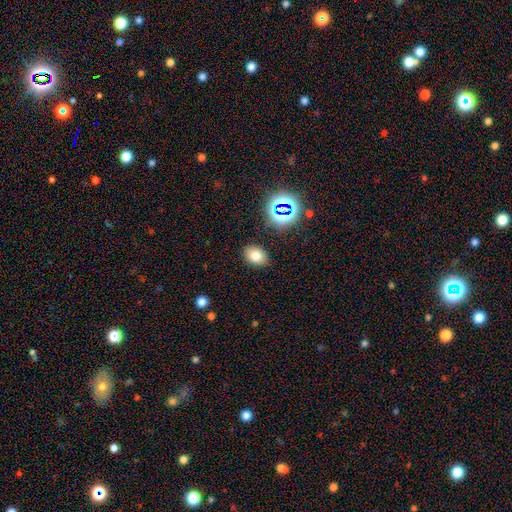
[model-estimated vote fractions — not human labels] Overall: smooth (74%). How rounded: in between (73%). Merging: none (86%).